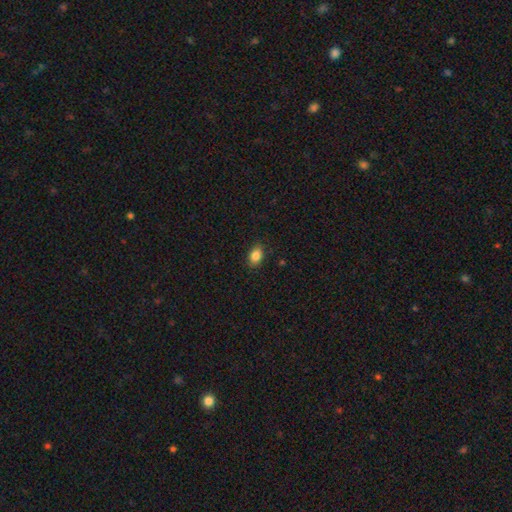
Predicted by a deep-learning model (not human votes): This is clearly a smooth galaxy (86%). How rounded: likely in between (79%). Merging: clearly none (86%).